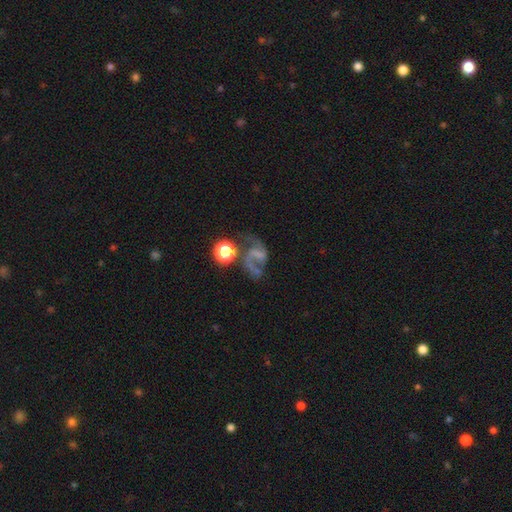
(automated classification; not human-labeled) Smooth or featured?
  - featured or disk: 74% *
  - star or artifact: 13%
  - smooth: 13%
Edge-on disk?
  - no: 98% *
  - yes: 2%
Bar?
  - no: 42% *
  - weak: 39%
  - strong: 20%
Spiral arms?
  - yes: 92% *
  - no: 8%
Spiral winding?
  - loose: 51% *
  - medium: 39%
  - tight: 10%
Spiral arm count?
  - 2: 77% *
  - 1: 16%
  - can't tell: 3%
  - 3: 1%
  - 4: 1%
  - more than 4: 1%
Bulge size?
  - none: 56% *
  - small: 25%
  - moderate: 12%
  - large: 4%
  - dominant: 2%
Merging?
  - none: 47% *
  - major disturbance: 25%
  - minor disturbance: 17%
  - merger: 12%